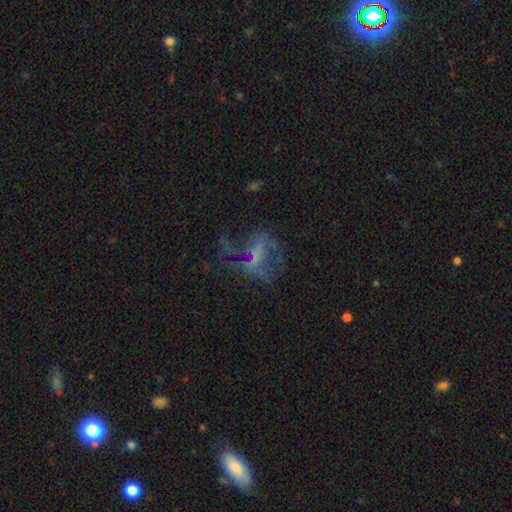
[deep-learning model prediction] Smooth or featured?
  - featured or disk: 54% *
  - smooth: 26%
  - star or artifact: 20%
Edge-on disk?
  - no: 96% *
  - yes: 4%
Bar?
  - no: 55% *
  - weak: 29%
  - strong: 16%
Spiral arms?
  - no: 65% *
  - yes: 35%
Bulge size?
  - none: 64% *
  - small: 18%
  - moderate: 12%
  - large: 4%
  - dominant: 1%
Merging?
  - major disturbance: 44% *
  - none: 36%
  - minor disturbance: 15%
  - merger: 5%